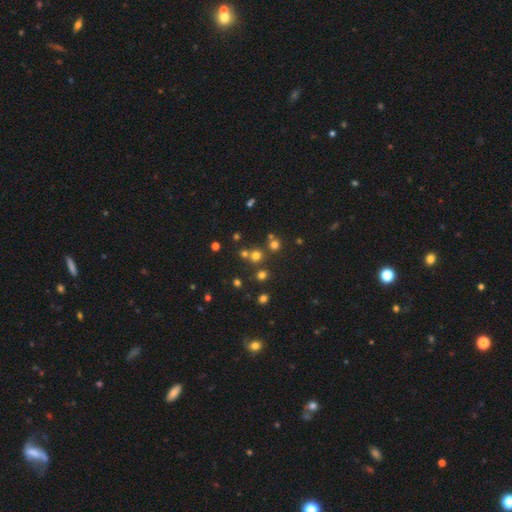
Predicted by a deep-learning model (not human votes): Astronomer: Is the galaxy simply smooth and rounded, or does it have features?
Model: smooth — 63%.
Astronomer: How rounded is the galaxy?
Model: round — 91%.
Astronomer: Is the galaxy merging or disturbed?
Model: none — 71%.